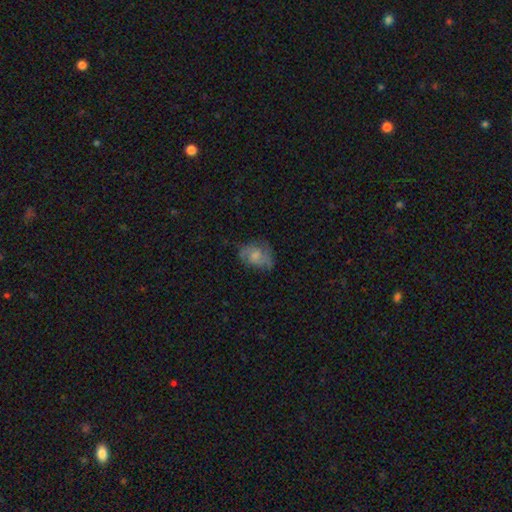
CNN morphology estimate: This is possibly a featured or disk galaxy (49%). Merging: possibly none (55%).